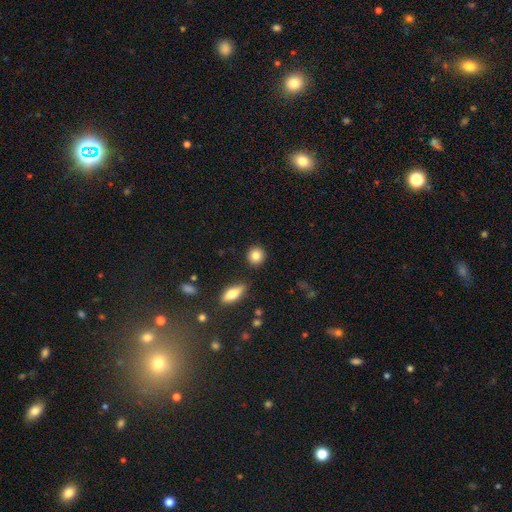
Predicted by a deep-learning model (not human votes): Smooth or featured: smooth — 85% (star or artifact — 9%)
How rounded: round — 87% (in between — 12%)
Merging: none — 89% (minor disturbance — 7%)